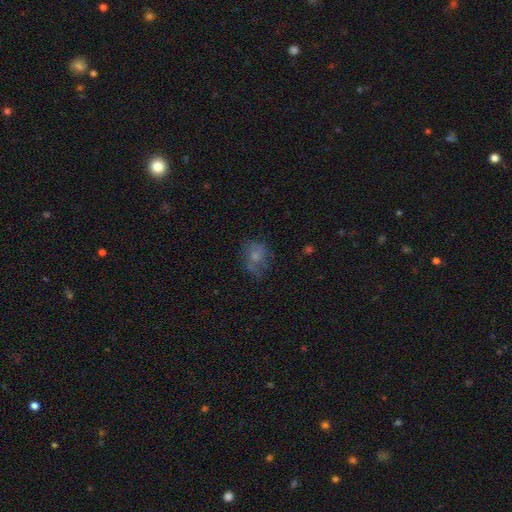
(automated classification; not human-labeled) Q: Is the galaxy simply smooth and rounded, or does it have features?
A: smooth — 57%.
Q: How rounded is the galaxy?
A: in between — 52%.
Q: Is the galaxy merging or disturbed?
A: none — 51%.